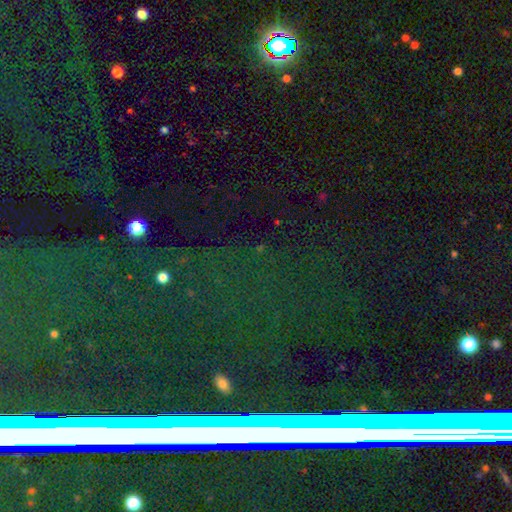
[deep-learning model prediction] Smooth or featured? star or artifact (74%)